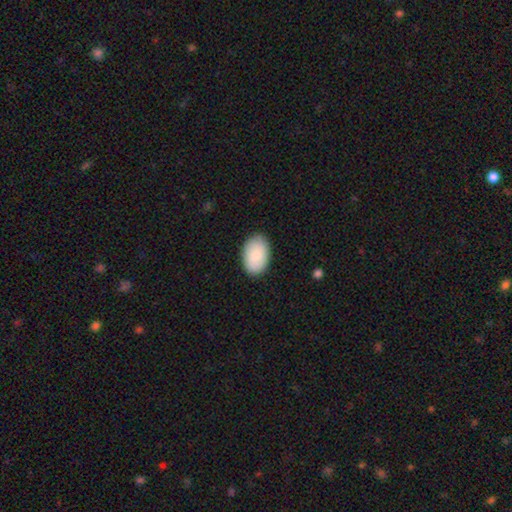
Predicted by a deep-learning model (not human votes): Smooth or featured?
  - smooth: 86% *
  - featured or disk: 8%
  - star or artifact: 6%
How rounded?
  - in between: 91% *
  - round: 8%
  - cigar-shaped: 1%
Merging?
  - none: 86% *
  - minor disturbance: 10%
  - major disturbance: 2%
  - merger: 1%